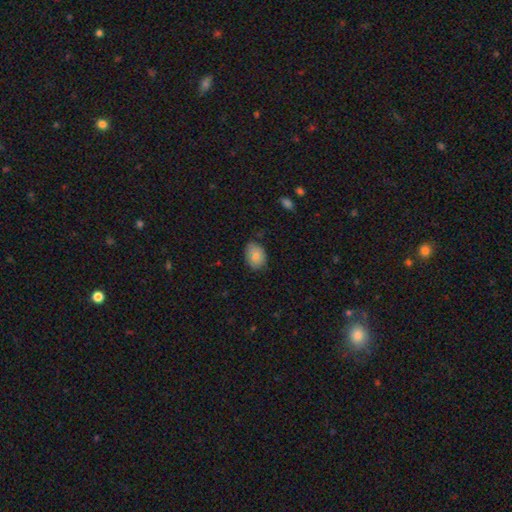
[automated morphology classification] Overall: smooth (84%). How rounded: in between (77%). Merging: none (76%).